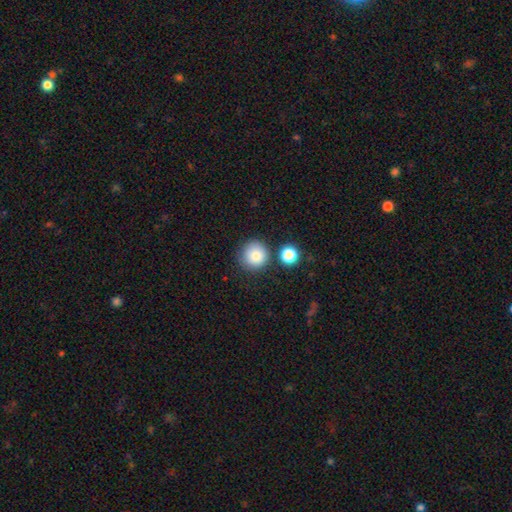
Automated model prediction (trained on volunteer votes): Morphology: type=smooth (83%); roundness=round (94%); merging=none (78%).